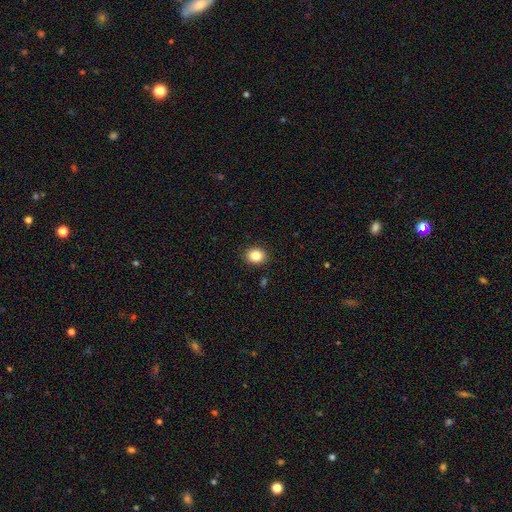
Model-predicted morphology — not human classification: Smooth or featured?
  - smooth: 87% *
  - star or artifact: 9%
  - featured or disk: 4%
How rounded?
  - round: 53% *
  - in between: 46%
  - cigar-shaped: 1%
Merging?
  - none: 90% *
  - minor disturbance: 7%
  - major disturbance: 2%
  - merger: 1%